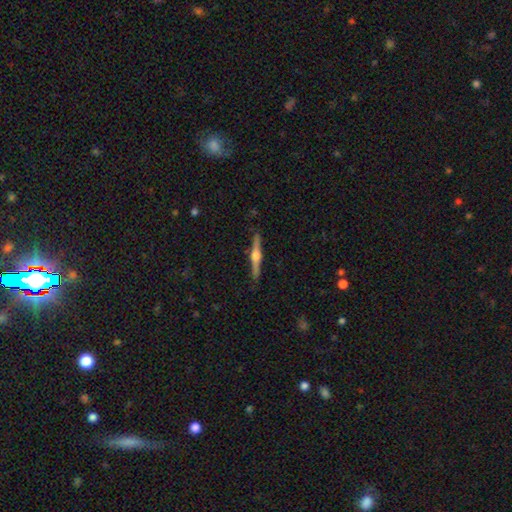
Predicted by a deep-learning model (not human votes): Q: Smooth or featured?
A: featured or disk (77%); runner-up: smooth (18%)
Q: Edge-on disk?
A: yes (98%); runner-up: no (2%)
Q: Edge-on bulge?
A: rounded (91%); runner-up: boxy (6%)
Q: Merging?
A: none (90%); runner-up: minor disturbance (7%)